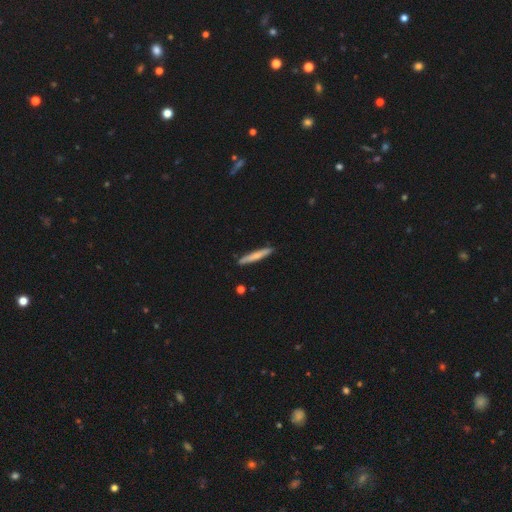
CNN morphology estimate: Q: Smooth or featured?
A: smooth (67%); runner-up: featured or disk (28%)
Q: How rounded?
A: cigar-shaped (95%); runner-up: in between (4%)
Q: Merging?
A: none (88%); runner-up: minor disturbance (8%)